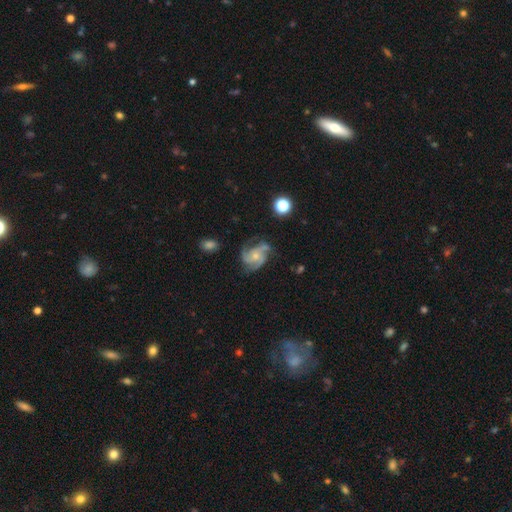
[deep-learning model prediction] Morphology: type=featured or disk (85%); edge-on=no (98%); bar=no (72%); spiral arms=yes (96%); winding=medium (52%); arm count=3 (61%); bulge=small (58%); merging=none (62%).